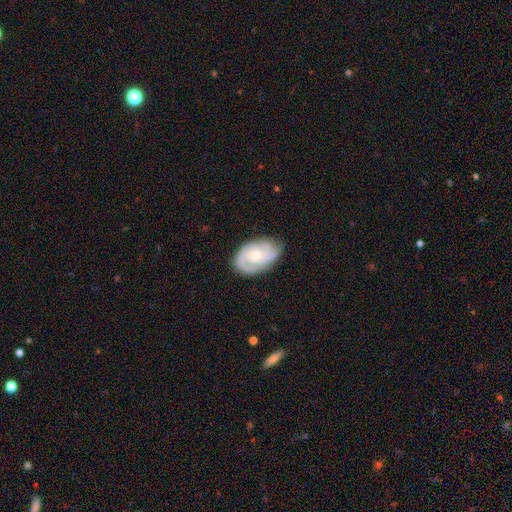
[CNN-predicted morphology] featured or disk 76%, smooth 19%, star or artifact 6%. Down the decision tree: edge-on disk — no (96%); bar — no (74%); spiral arms — yes (93%); spiral arm count — 2 (31%); spiral winding — tight (53%); bulge size — small (58%); merging — none (70%).